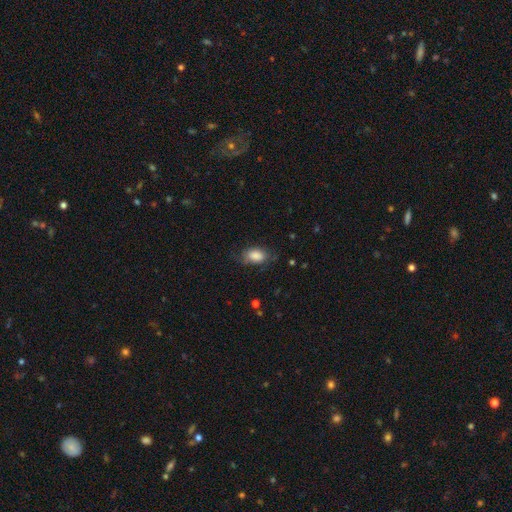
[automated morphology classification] The model was most divided on "merging": none: 63%, minor disturbance: 25%, major disturbance: 11%, merger: 1%. More confident: how rounded — in between (88%); smooth or featured — smooth (82%).